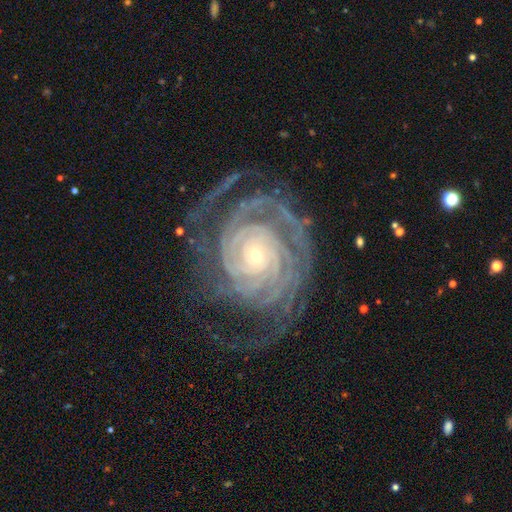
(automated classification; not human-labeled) Smooth or featured? featured or disk (91%)
Edge-on disk? no (97%)
Bar? no (72%)
Spiral arms? yes (98%)
Spiral winding? tight (83%)
Spiral arm count? 2 (22%)
Bulge size? small (79%)
Merging? none (67%)